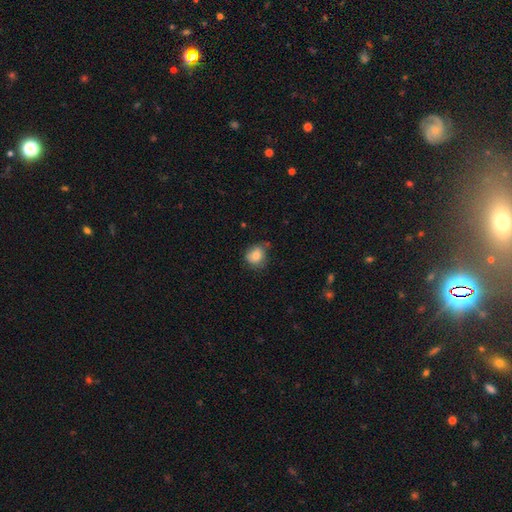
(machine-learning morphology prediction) A smooth galaxy with no disk features (80%) that is round (66%). Merging: none (60%).